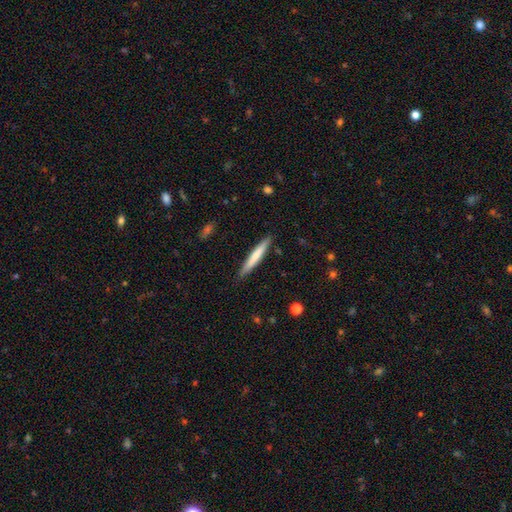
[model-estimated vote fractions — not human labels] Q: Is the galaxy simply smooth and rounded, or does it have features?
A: smooth — 67%.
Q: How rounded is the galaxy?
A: cigar-shaped — 95%.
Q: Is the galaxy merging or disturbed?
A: none — 89%.